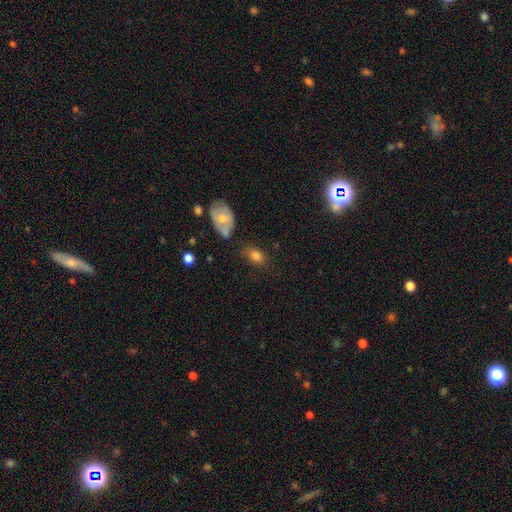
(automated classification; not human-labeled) smooth_or_featured: smooth (p=0.80) [alt: featured or disk p=0.11]
how_rounded: in between (p=0.84) [alt: round p=0.14]
merging: none (p=0.64) [alt: minor disturbance p=0.21]